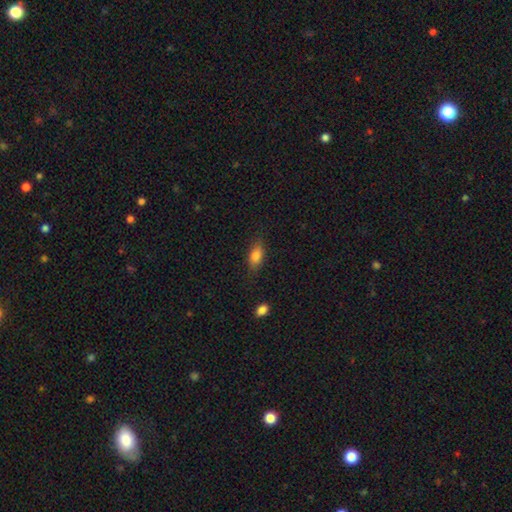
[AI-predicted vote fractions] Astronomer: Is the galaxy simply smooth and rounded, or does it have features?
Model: smooth — 80%.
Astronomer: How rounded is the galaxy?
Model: in between — 82%.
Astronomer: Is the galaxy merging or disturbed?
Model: none — 79%.